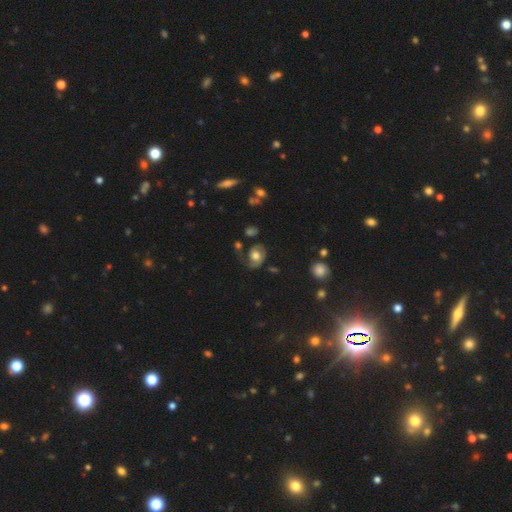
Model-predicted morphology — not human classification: A featured or disk galaxy (56%) with no bar (73%), spiral arms (77%) and a moderate central bulge (52%).

Vote fractions:
- Smooth or featured? featured or disk: 56% / smooth: 36% / star or artifact: 8%
- Edge-on disk? no: 96% / yes: 4%
- Bar? no: 73% / weak: 22% / strong: 5%
- Spiral arms? yes: 77% / no: 23%
- Bulge size? moderate: 52% / large: 36% / small: 7% / dominant: 3% / none: 2%
- Merging? none: 47% / major disturbance: 24% / minor disturbance: 24% / merger: 4%